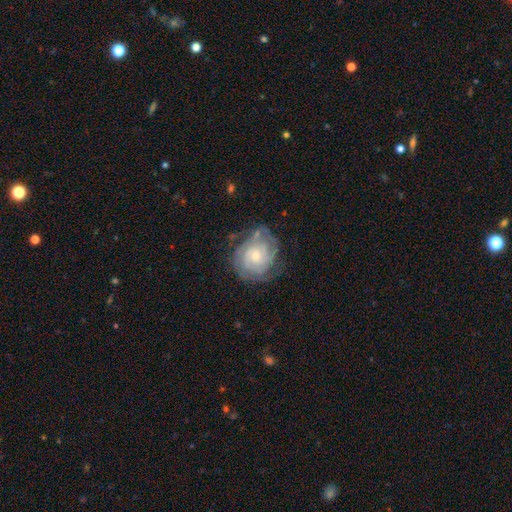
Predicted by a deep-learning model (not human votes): Smooth or featured? Predicted: featured or disk (p=0.78). Edge-on disk? Predicted: no (p=0.98). Bar? Predicted: no (p=0.74). Spiral arms? Predicted: yes (p=0.92). Spiral winding? Predicted: tight (p=0.71). Spiral arm count? Predicted: can't tell (p=0.41). Bulge size? Predicted: small (p=0.57). Merging? Predicted: none (p=0.67).